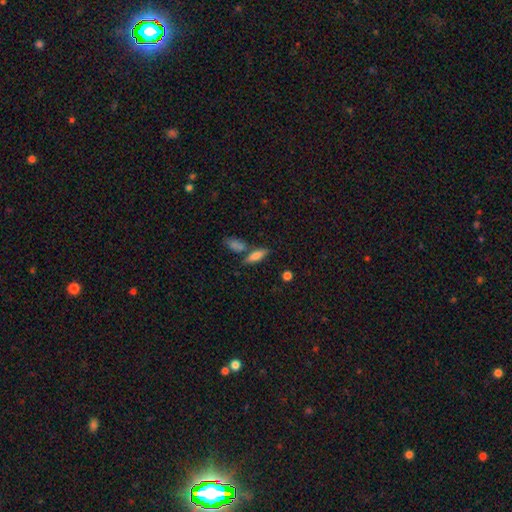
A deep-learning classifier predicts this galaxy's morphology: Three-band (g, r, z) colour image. It shows a smooth galaxy with no disk features (75%) that is in between round and cigar-shaped (57%). Merging: none (63%).